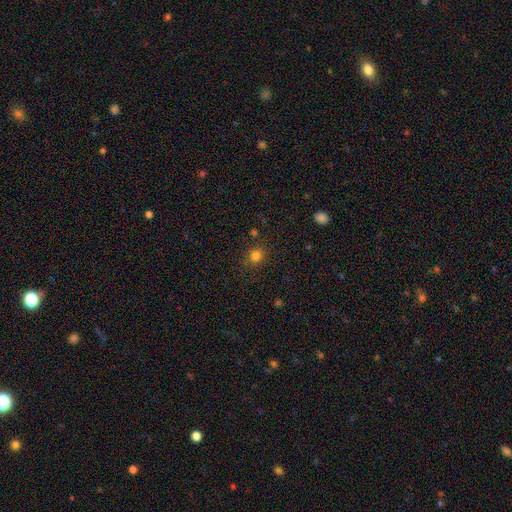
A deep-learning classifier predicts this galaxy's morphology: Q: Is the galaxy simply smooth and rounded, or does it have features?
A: smooth — 80%.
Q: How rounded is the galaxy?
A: round — 85%.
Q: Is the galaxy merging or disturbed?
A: none — 84%.